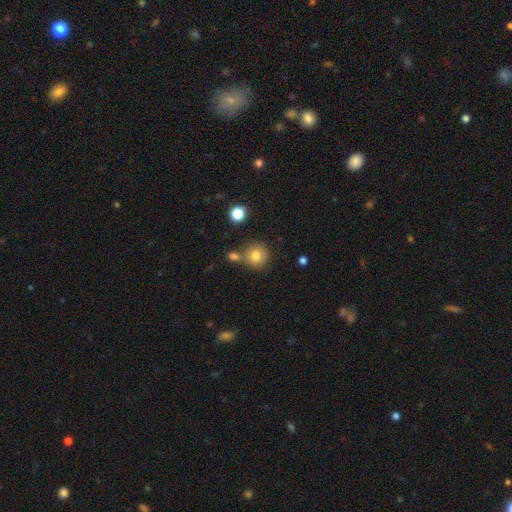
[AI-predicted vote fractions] Smooth or featured? smooth (79%)
How rounded? round (92%)
Merging? none (66%)